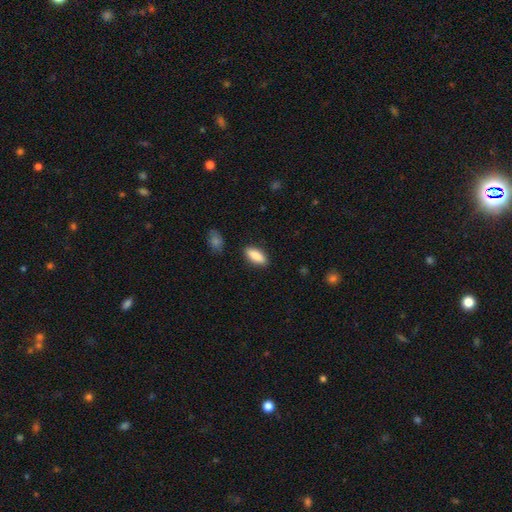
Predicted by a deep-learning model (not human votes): Q: Smooth or featured?
A: smooth (87%); runner-up: featured or disk (7%)
Q: How rounded?
A: in between (78%); runner-up: cigar-shaped (19%)
Q: Merging?
A: none (88%); runner-up: minor disturbance (9%)